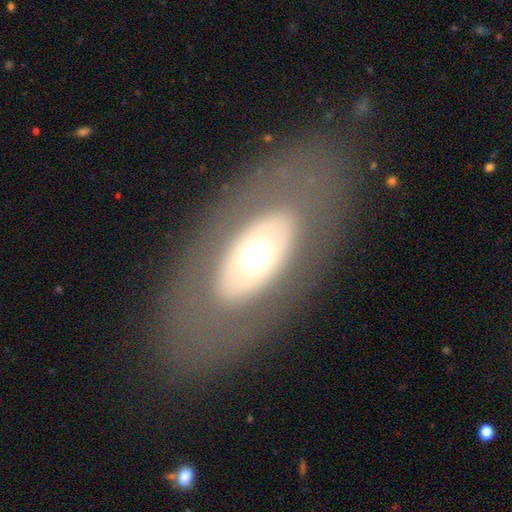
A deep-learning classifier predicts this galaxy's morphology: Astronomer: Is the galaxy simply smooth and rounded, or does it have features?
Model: featured or disk — 52% (runner-up: smooth, 41%).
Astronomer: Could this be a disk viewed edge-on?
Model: no — 86%.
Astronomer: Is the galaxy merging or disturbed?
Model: none — 81%.